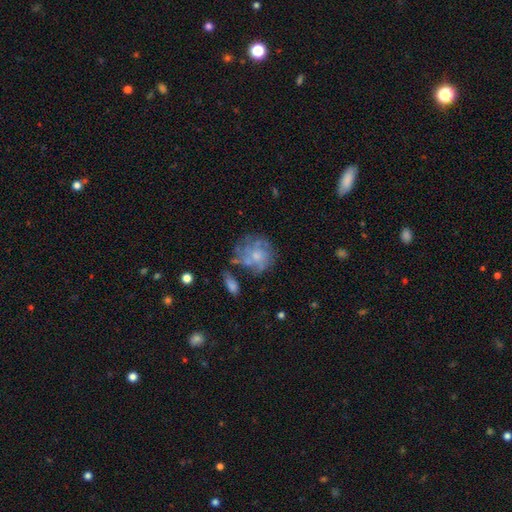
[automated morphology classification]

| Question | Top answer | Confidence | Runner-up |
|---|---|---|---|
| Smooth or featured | featured or disk | 53% | smooth (38%) |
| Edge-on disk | no | 97% | yes (3%) |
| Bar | no | 86% | weak (12%) |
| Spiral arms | no | 55% | yes (45%) |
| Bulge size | small | 46% | moderate (38%) |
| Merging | none | 51% | minor disturbance (22%) |